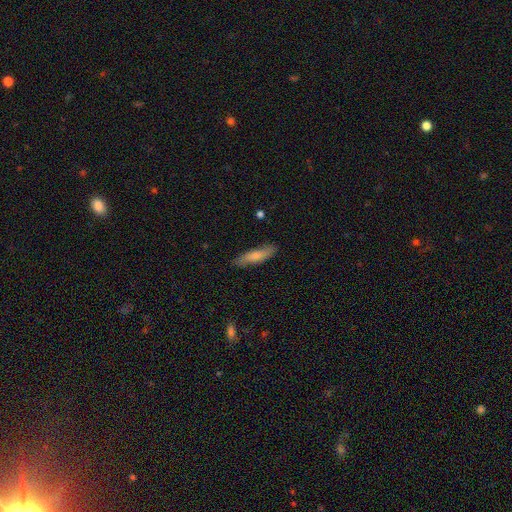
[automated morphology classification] The model was most divided on "how rounded": cigar-shaped: 71%, in between: 27%, round: 2%. More confident: merging — none (84%); smooth or featured — smooth (71%).